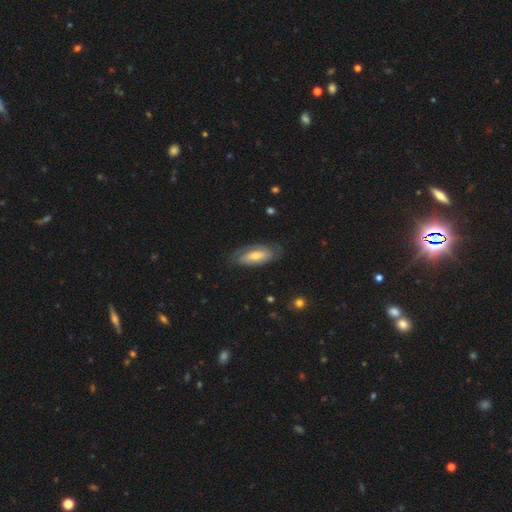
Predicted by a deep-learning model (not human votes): This is possibly a featured or disk galaxy (52%). It is clearly not viewed edge-on (84%). Merging: likely none (72%).